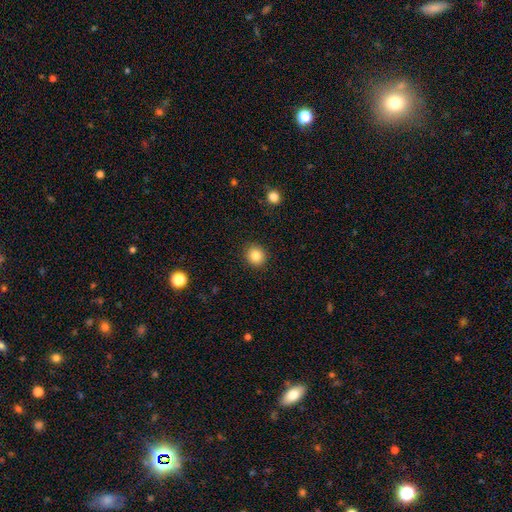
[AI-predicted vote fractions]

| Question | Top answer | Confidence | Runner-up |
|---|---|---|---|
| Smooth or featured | smooth | 84% | star or artifact (10%) |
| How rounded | round | 86% | in between (13%) |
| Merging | none | 91% | minor disturbance (6%) |